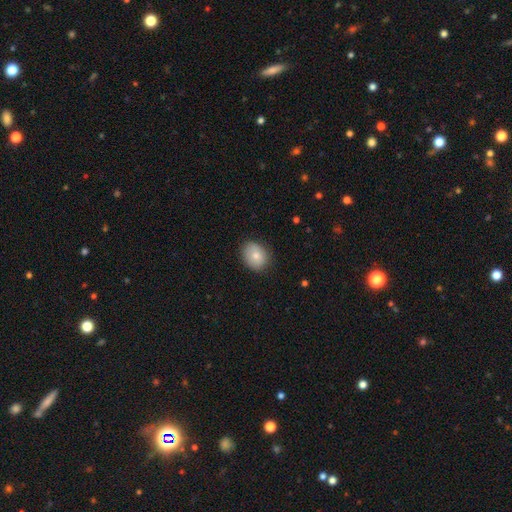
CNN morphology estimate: Smooth or featured? Predicted: smooth (p=0.79). How rounded? Predicted: in between (p=0.55). Merging? Predicted: none (p=0.83).